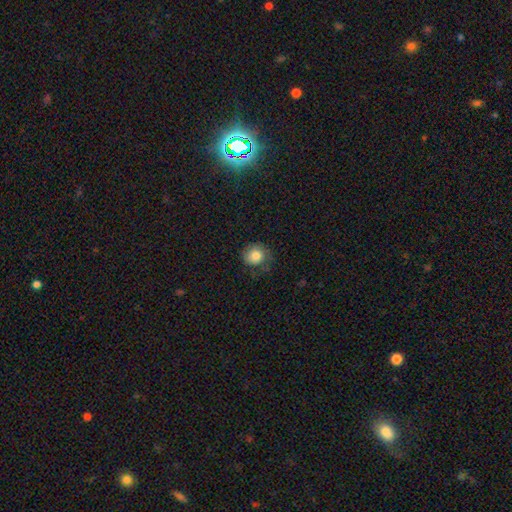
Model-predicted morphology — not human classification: Overall: smooth (77%). How rounded: round (81%). Merging: none (60%; minor disturbance 25%).